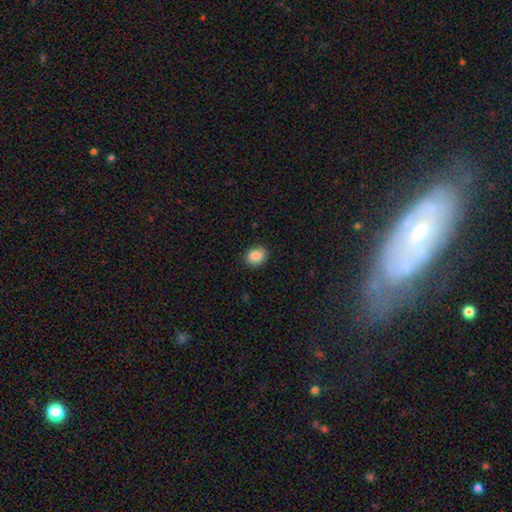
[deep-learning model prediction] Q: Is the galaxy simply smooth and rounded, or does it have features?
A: smooth — 88%.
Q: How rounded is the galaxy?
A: in between — 56%.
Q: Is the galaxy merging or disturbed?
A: none — 88%.